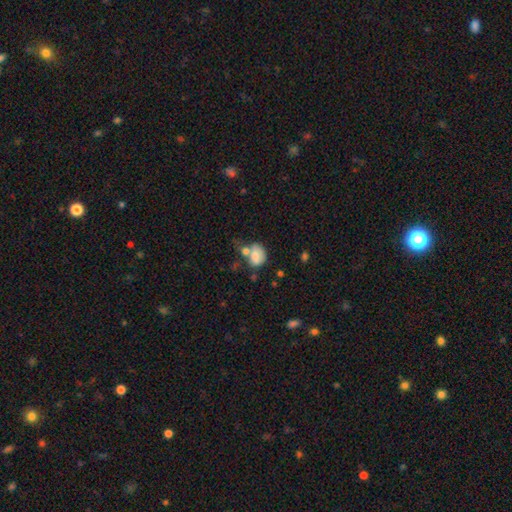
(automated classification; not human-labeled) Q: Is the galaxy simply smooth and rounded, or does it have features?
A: smooth — 73%.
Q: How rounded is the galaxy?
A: in between — 67%.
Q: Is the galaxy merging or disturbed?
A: merger — 39%.